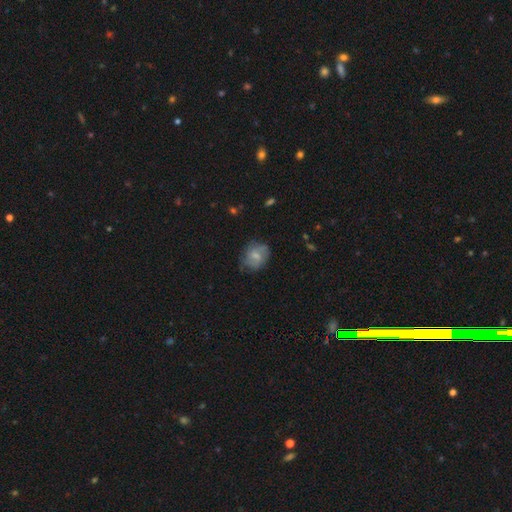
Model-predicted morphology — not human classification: A smooth galaxy with no disk features (51%) that is round (57%).

Vote fractions:
- Smooth or featured? smooth: 51% / featured or disk: 42% / star or artifact: 8%
- How rounded? round: 57% / in between: 42% / cigar-shaped: 1%
- Merging? none: 67% / minor disturbance: 23% / major disturbance: 8% / merger: 2%